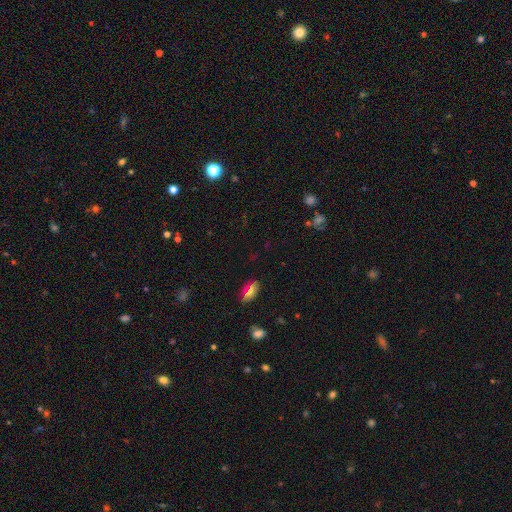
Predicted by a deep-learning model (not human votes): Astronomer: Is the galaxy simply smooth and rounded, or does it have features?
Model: smooth — 45% (runner-up: star or artifact, 39%).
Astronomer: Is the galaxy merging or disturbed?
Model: none — 80%.